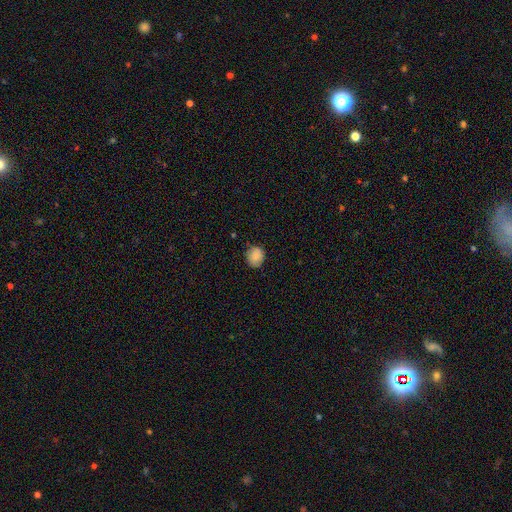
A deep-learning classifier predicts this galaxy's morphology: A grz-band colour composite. It shows a smooth galaxy with no disk features (86%) that is round (73%). Merging: none (78%).